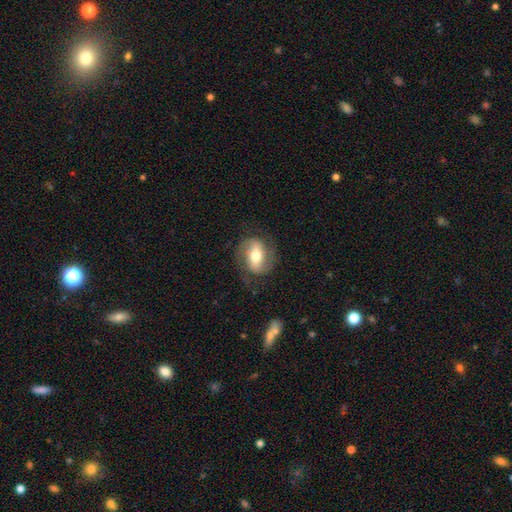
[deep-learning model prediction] featured or disk 61%, smooth 33%, star or artifact 7%. Down the decision tree: edge-on disk — no (94%); bar — strong (46%); spiral arms — yes (83%); bulge size — moderate (62%); merging — none (73%).